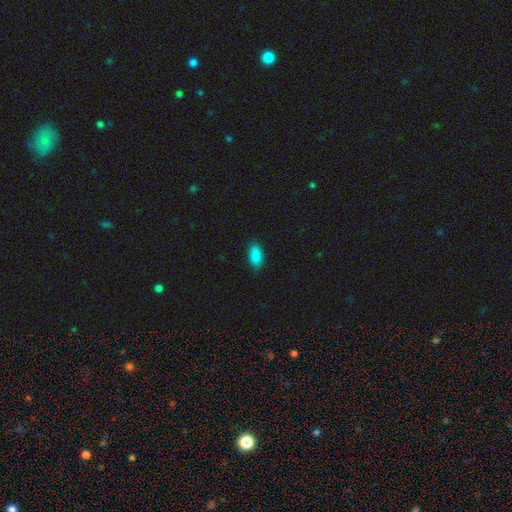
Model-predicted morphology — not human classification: Q: Smooth or featured?
A: smooth (87%); runner-up: star or artifact (8%)
Q: How rounded?
A: in between (92%); runner-up: cigar-shaped (5%)
Q: Merging?
A: none (86%); runner-up: minor disturbance (11%)